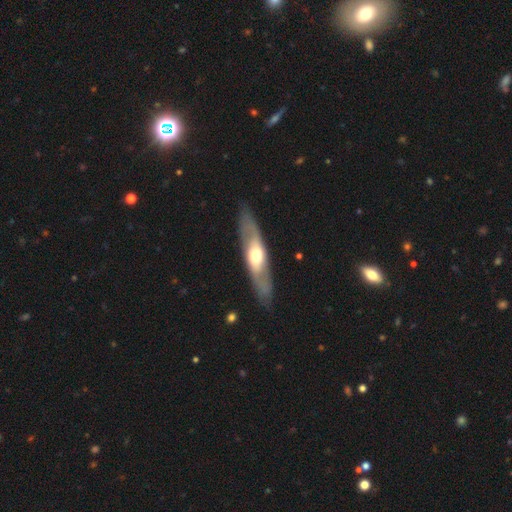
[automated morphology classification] This is possibly a featured or disk galaxy (59%). It is possibly not viewed edge-on (54%). Merging: clearly none (83%).